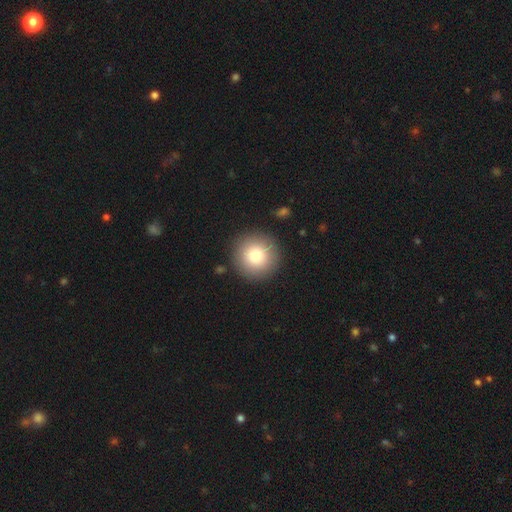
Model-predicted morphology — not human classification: type=smooth (84%); roundness=round (96%); merging=none (90%).